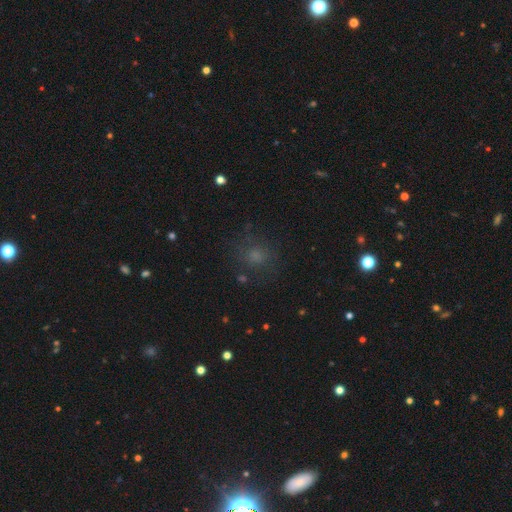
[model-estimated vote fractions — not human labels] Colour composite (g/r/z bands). It shows a smooth galaxy with no disk features (61%) that is round (84%). Merging: none (76%).